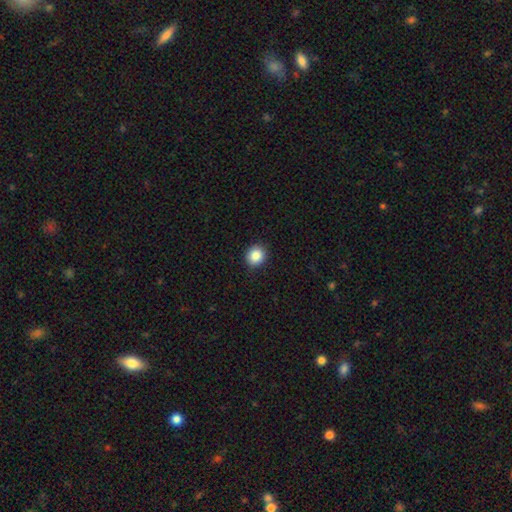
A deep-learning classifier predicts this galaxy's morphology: Smooth or featured: smooth — 86% (star or artifact — 9%)
How rounded: round — 78% (in between — 21%)
Merging: none — 91% (minor disturbance — 6%)